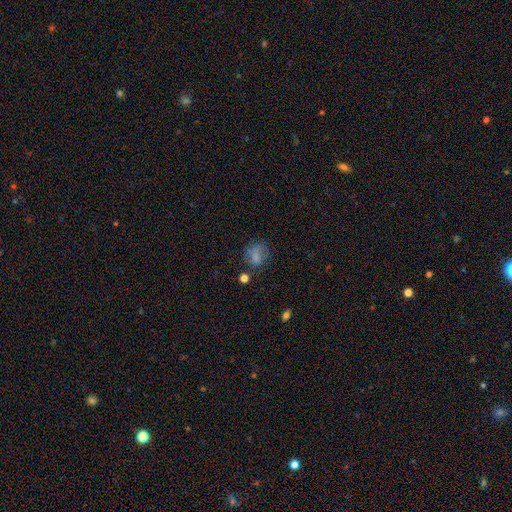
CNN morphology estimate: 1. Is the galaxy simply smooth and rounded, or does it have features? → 70% smooth, 15% star or artifact, 15% featured or disk.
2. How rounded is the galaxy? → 59% round, 39% in between, 1% cigar-shaped.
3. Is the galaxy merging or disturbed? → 54% none, 23% minor disturbance, 18% major disturbance, 5% merger.